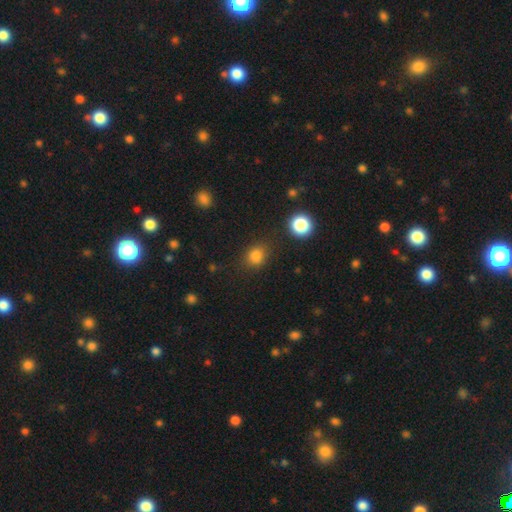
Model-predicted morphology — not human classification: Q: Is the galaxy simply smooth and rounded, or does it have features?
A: smooth — 80%.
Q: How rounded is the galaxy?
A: round — 66%.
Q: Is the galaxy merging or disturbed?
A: none — 76%.